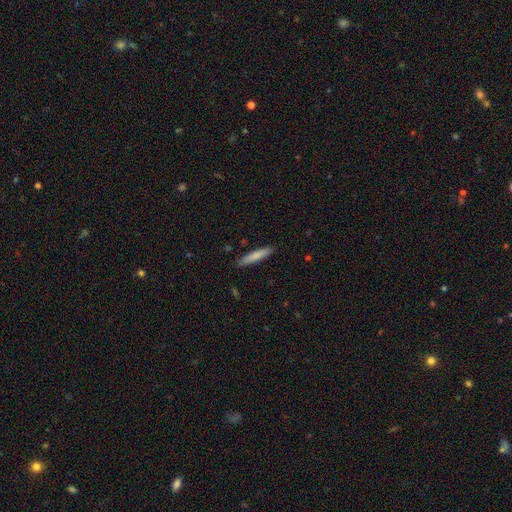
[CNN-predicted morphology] smooth 78%, featured or disk 16%, star or artifact 6%. Down the decision tree: how rounded — cigar-shaped (90%); merging — none (88%).